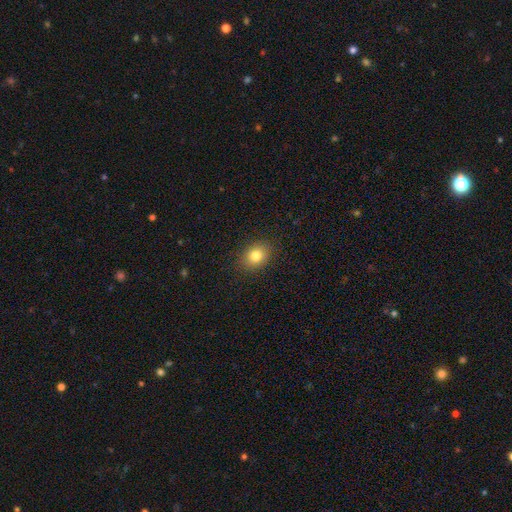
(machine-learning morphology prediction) type=smooth (82%); roundness=in between (54%); merging=none (88%).